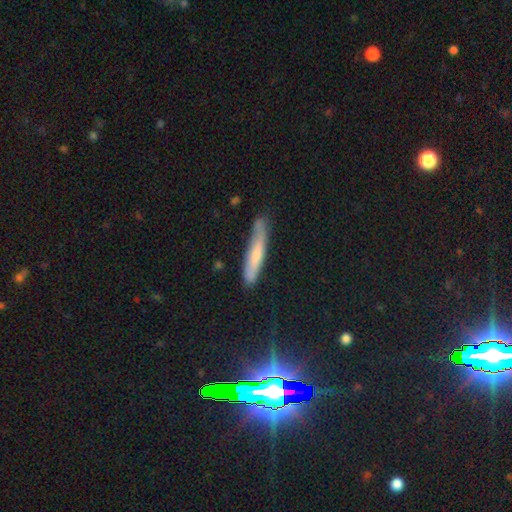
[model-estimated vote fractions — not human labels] Smooth or featured? smooth (61%)
How rounded? cigar-shaped (91%)
Merging? none (74%)